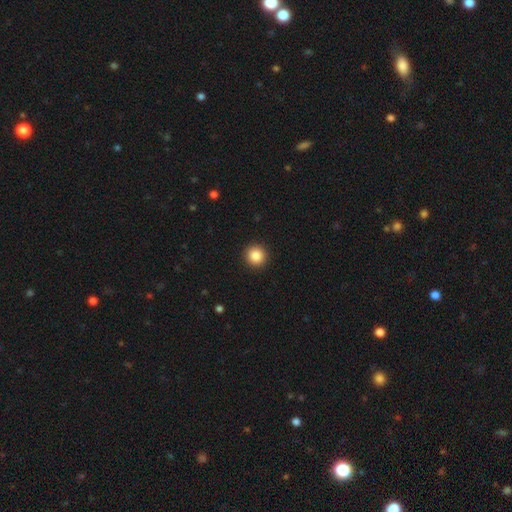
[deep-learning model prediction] Morphology: type=smooth (86%); roundness=round (95%); merging=none (93%).